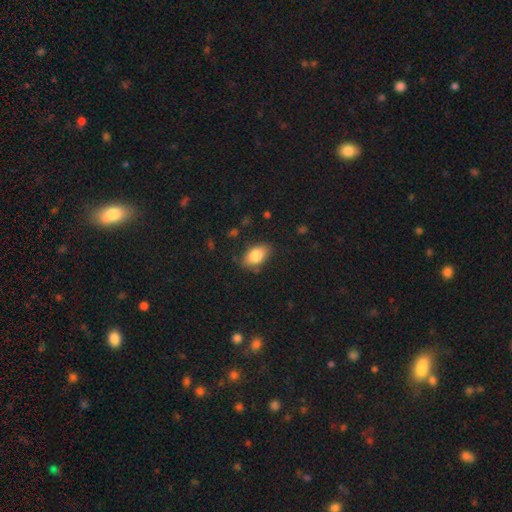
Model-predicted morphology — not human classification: Smooth or featured: smooth — 82% (featured or disk — 11%)
How rounded: in between — 91% (round — 7%)
Merging: none — 80% (minor disturbance — 15%)